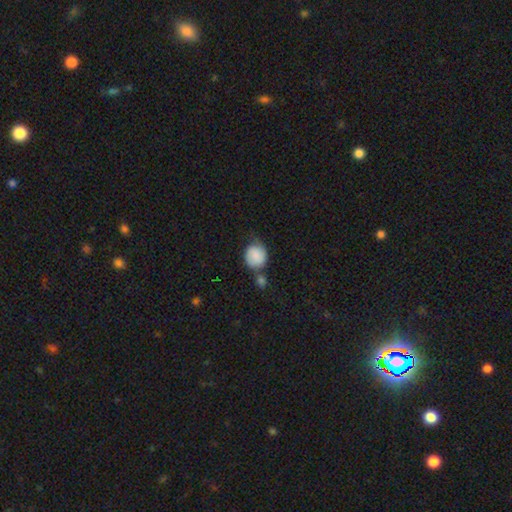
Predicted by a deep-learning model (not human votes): Q: Smooth or featured?
A: smooth (81%); runner-up: featured or disk (12%)
Q: How rounded?
A: round (78%); runner-up: in between (21%)
Q: Merging?
A: none (40%); runner-up: minor disturbance (26%)